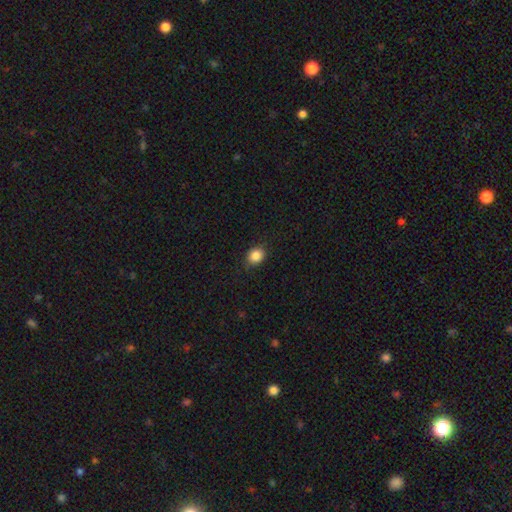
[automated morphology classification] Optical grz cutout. It shows a smooth galaxy with no disk features (86%) that is round (59%). Merging: none (83%).